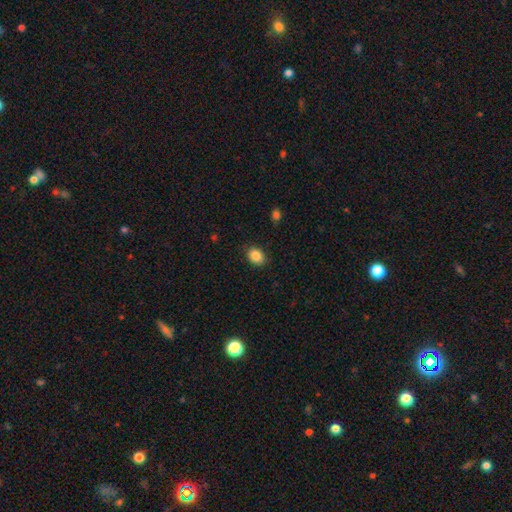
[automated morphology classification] type=smooth (87%); roundness=in between (66%); merging=none (86%).